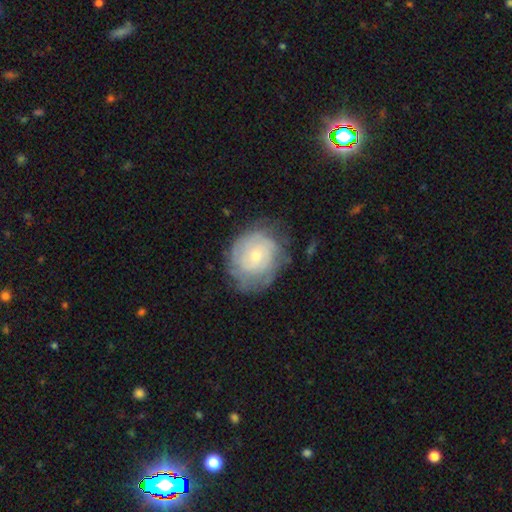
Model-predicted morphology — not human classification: This is likely a featured or disk galaxy (66%). It is clearly not viewed edge-on (97%). Bar: likely no (76%). Spiral arm pattern: clearly yes (80%). Spiral arm count: possibly can't tell (59%). Spiral winding: likely tight (72%). Central bulge: likely small (63%). Merging: likely none (66%).